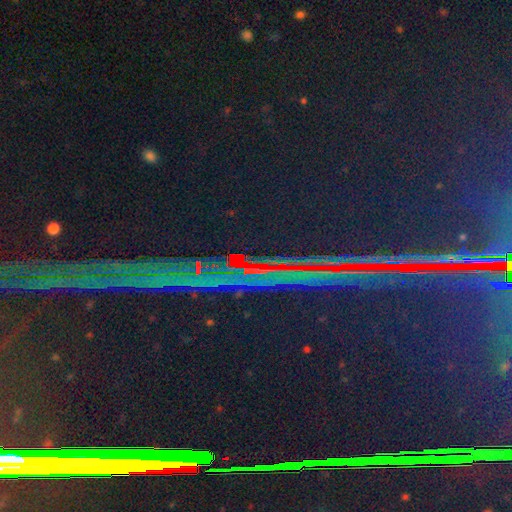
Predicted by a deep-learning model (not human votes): The model was most divided on "smooth or featured": star or artifact: 84%, smooth: 8%, featured or disk: 8%.